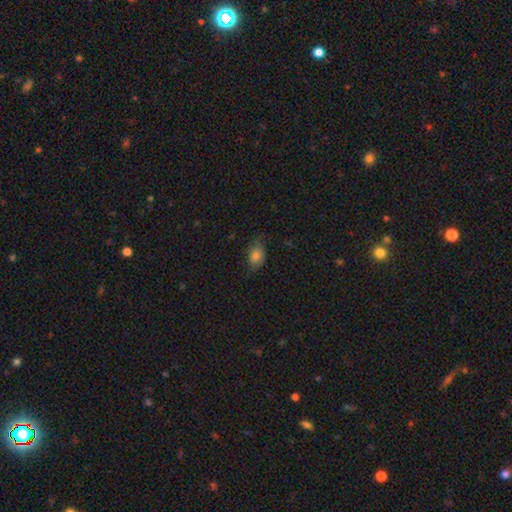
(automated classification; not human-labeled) The model was most divided on "merging": none: 63%, minor disturbance: 29%, major disturbance: 7%, merger: 1%. More confident: how rounded — in between (80%); smooth or featured — smooth (80%).